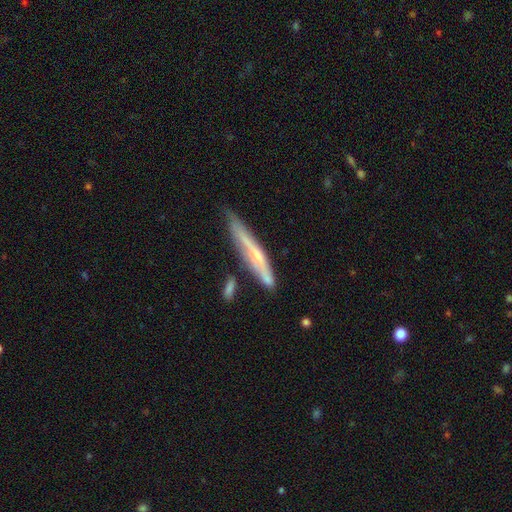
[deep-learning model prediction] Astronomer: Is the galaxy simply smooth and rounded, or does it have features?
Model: featured or disk — 57% (runner-up: smooth, 37%).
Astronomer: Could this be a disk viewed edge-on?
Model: yes — 87%.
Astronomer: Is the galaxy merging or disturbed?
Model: none — 58%.